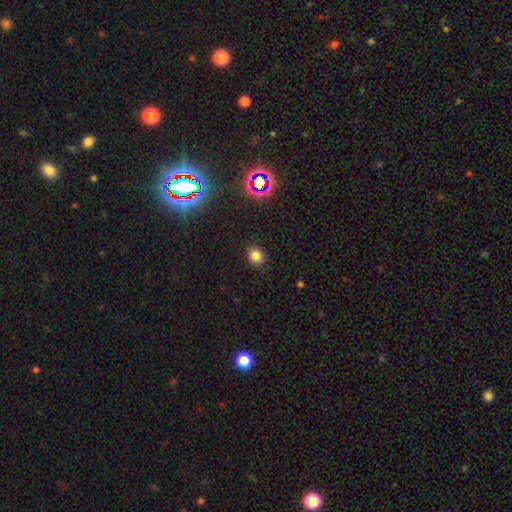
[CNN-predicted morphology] smooth_or_featured: smooth (p=0.79) [alt: star or artifact p=0.15]
how_rounded: round (p=0.64) [alt: in between p=0.35]
merging: none (p=0.88) [alt: minor disturbance p=0.09]